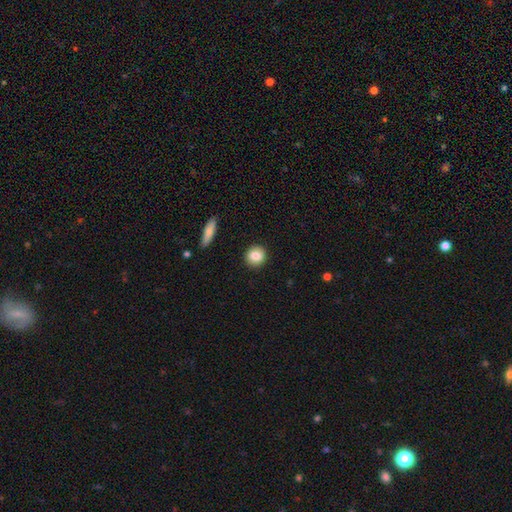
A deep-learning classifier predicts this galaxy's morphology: Smooth or featured? Predicted: smooth (p=0.85). How rounded? Predicted: round (p=0.86). Merging? Predicted: none (p=0.91).